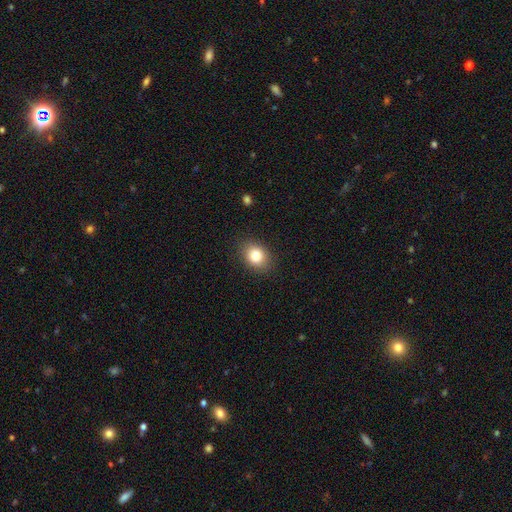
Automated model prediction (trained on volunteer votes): A smooth galaxy with no disk features (82%) that is in between round and cigar-shaped (57%).

Vote fractions:
- Smooth or featured? smooth: 82% / star or artifact: 10% / featured or disk: 8%
- How rounded? in between: 57% / round: 42% / cigar-shaped: 1%
- Merging? none: 87% / minor disturbance: 9% / major disturbance: 3% / merger: 1%